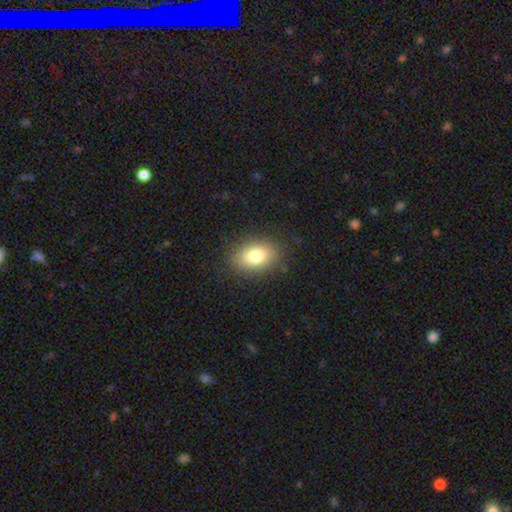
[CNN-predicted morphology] A smooth galaxy with no disk features (81%) that is in between round and cigar-shaped (83%). Merging: none (87%).